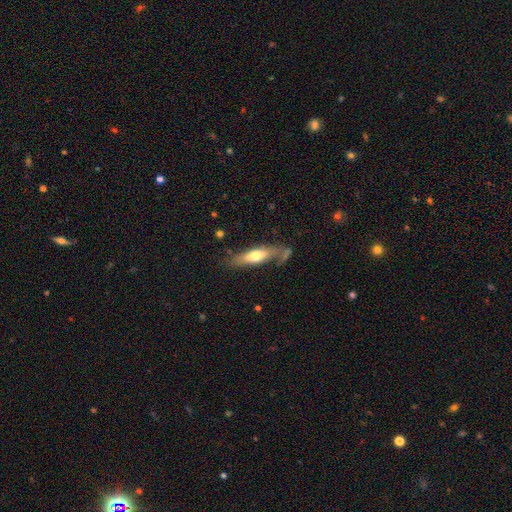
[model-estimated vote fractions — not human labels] Q: Smooth or featured?
A: smooth (55%); runner-up: featured or disk (40%)
Q: How rounded?
A: cigar-shaped (59%); runner-up: in between (39%)
Q: Merging?
A: none (61%); runner-up: minor disturbance (22%)